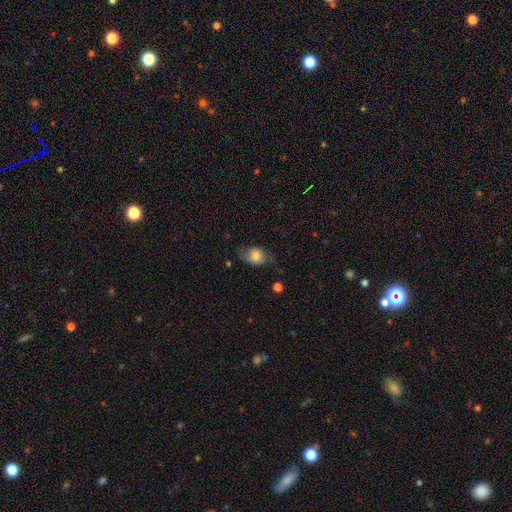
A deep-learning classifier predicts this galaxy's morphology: Smooth or featured?
  - smooth: 68% *
  - featured or disk: 23%
  - star or artifact: 9%
How rounded?
  - in between: 63% *
  - round: 36%
  - cigar-shaped: 2%
Merging?
  - none: 60% *
  - minor disturbance: 27%
  - major disturbance: 11%
  - merger: 1%